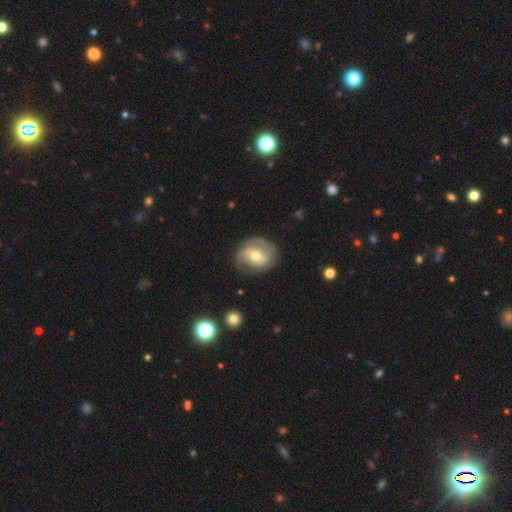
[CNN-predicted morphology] smooth-or-featured: featured or disk: 72% | smooth: 22% | star or artifact: 6%
  disk-edge-on: no: 97% | yes: 3%
    bar: no: 43% | weak: 41% | strong: 16%
    has-spiral-arms: yes: 90% | no: 10%
      spiral-winding: medium: 45% | tight: 34% | loose: 21%
      spiral-arm-count: 2: 66% | can't tell: 13% | 3: 10% | 1: 6% | 4: 2% | more than 4: 2%
    bulge-size: moderate: 65% | small: 29% | large: 4% | none: 1% | dominant: 1%
  merging: none: 72% | minor disturbance: 19% | major disturbance: 8% | merger: 1%